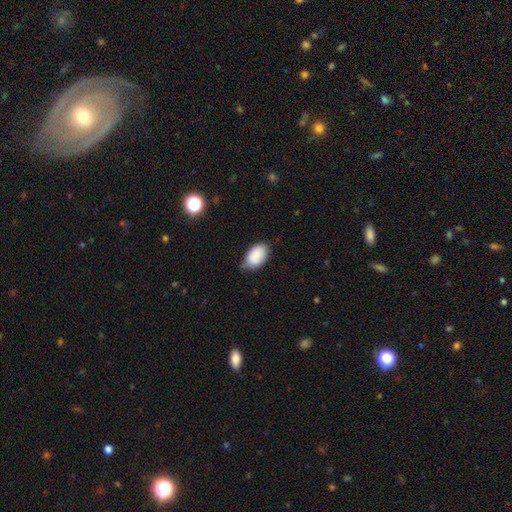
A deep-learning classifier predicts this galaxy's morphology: Q: Smooth or featured?
A: smooth (88%); runner-up: star or artifact (7%)
Q: How rounded?
A: in between (92%); runner-up: round (7%)
Q: Merging?
A: none (62%); runner-up: minor disturbance (31%)